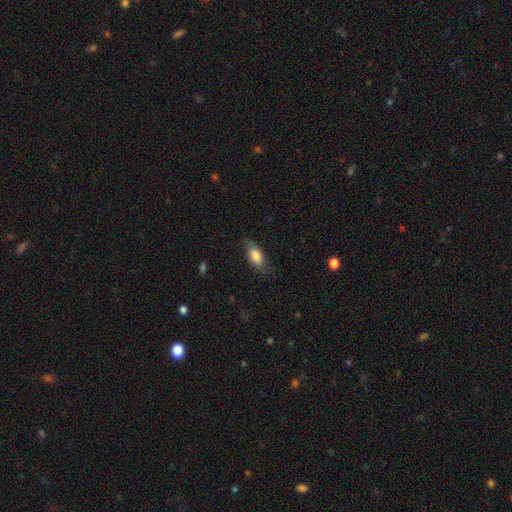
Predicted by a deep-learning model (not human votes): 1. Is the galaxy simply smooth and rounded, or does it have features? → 71% smooth, 22% featured or disk, 7% star or artifact.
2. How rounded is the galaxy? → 83% in between, 13% cigar-shaped, 4% round.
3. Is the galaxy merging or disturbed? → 68% none, 23% minor disturbance, 8% major disturbance, 1% merger.